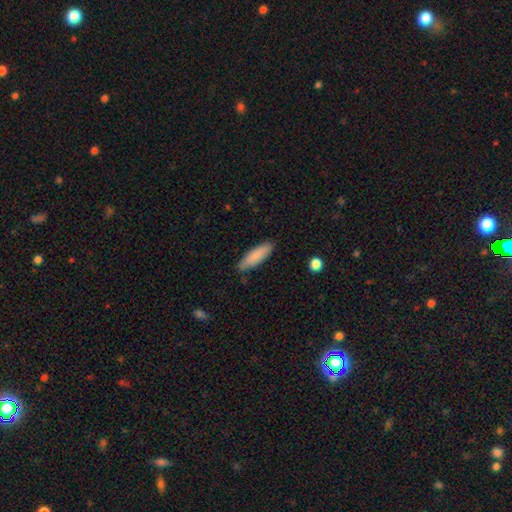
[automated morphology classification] Smooth or featured?
  - smooth: 85% *
  - featured or disk: 9%
  - star or artifact: 6%
How rounded?
  - cigar-shaped: 58% *
  - in between: 41%
  - round: 1%
Merging?
  - none: 85% *
  - minor disturbance: 12%
  - major disturbance: 2%
  - merger: 1%